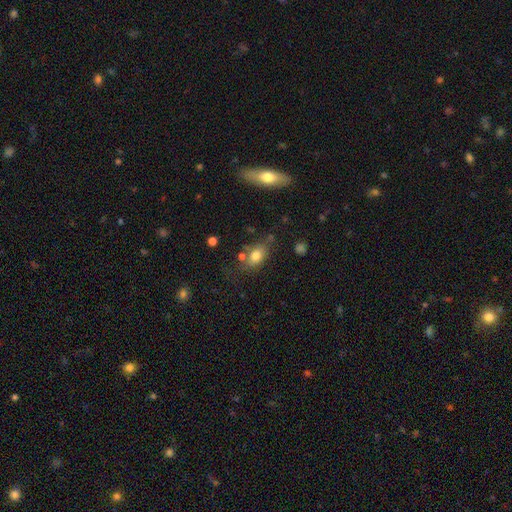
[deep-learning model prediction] Smooth or featured? smooth (76%)
How rounded? in between (78%)
Merging? none (61%)